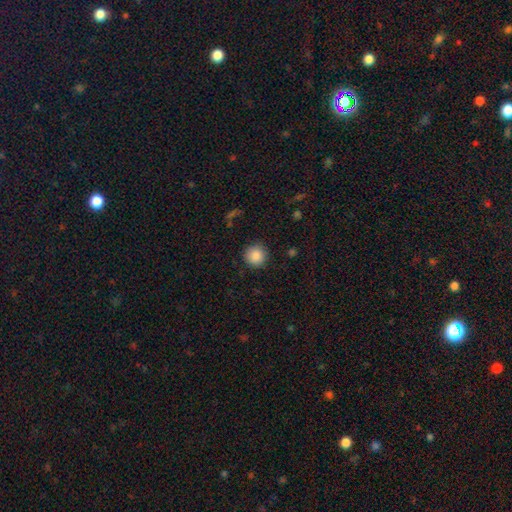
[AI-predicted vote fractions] smooth-or-featured: smooth: 88% | star or artifact: 9% | featured or disk: 4%
  how-rounded: round: 95% | in between: 4% | cigar-shaped: 1%
  merging: none: 90% | minor disturbance: 7% | major disturbance: 2% | merger: 1%